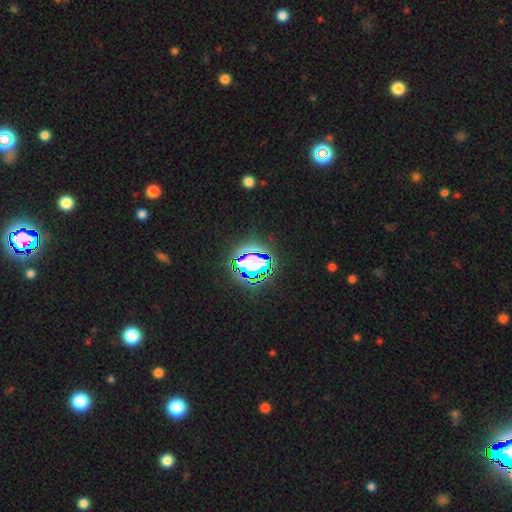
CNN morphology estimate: smooth-or-featured: star or artifact: 80% | smooth: 13% | featured or disk: 7%